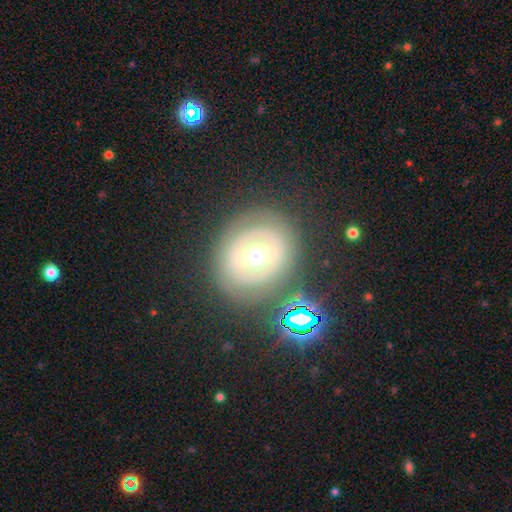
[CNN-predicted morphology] featured or disk 61%, smooth 29%, star or artifact 10%. Down the decision tree: edge-on disk — no (95%); bar — weak (35%, tied with no); spiral arms — no (73%); bulge size — moderate (74%); merging — none (77%).